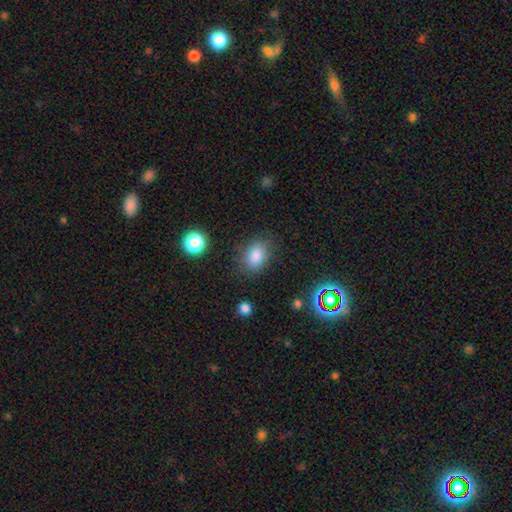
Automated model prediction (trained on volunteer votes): A smooth galaxy with no disk features (83%) that is in between round and cigar-shaped (75%).

Vote fractions:
- Smooth or featured? smooth: 83% / star or artifact: 10% / featured or disk: 6%
- How rounded? in between: 75% / round: 24% / cigar-shaped: 1%
- Merging? none: 80% / minor disturbance: 13% / major disturbance: 5% / merger: 2%